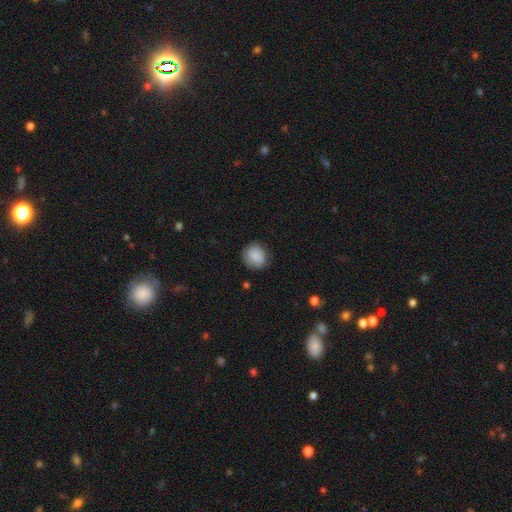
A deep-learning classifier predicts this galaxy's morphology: This is clearly a smooth galaxy (83%). How rounded: likely round (76%). Merging: likely none (77%).